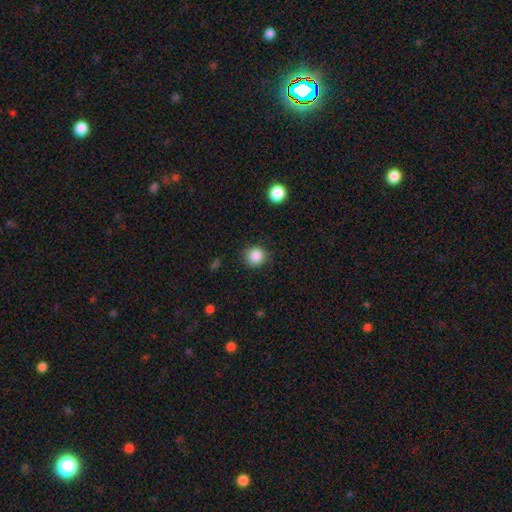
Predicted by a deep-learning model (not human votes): Smooth or featured? smooth (87%)
How rounded? round (92%)
Merging? none (89%)